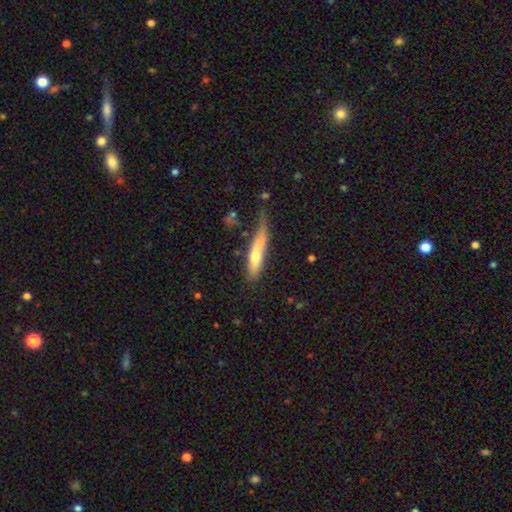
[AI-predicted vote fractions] Overall: smooth (55%; featured or disk 38%). How rounded: cigar-shaped (83%). Merging: none (45%; minor disturbance 34%).